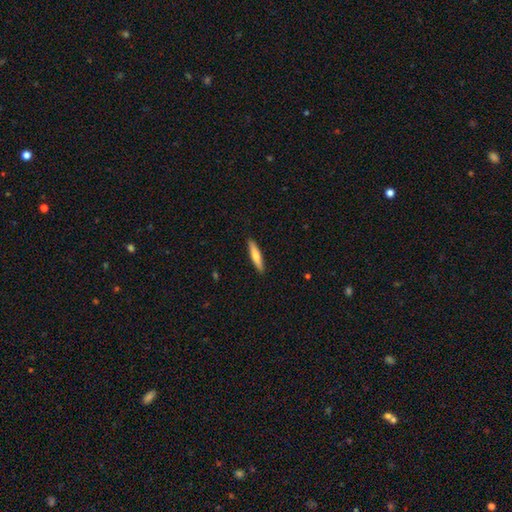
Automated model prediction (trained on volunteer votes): Overall: smooth (68%). How rounded: cigar-shaped (86%). Merging: none (90%).